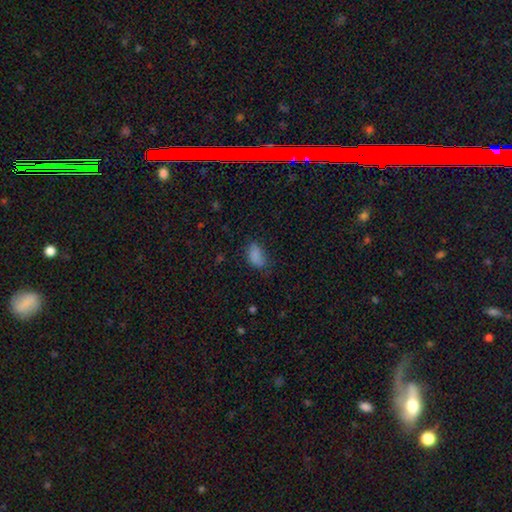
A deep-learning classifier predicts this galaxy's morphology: Q: Smooth or featured?
A: smooth (84%); runner-up: star or artifact (10%)
Q: How rounded?
A: in between (91%); runner-up: round (7%)
Q: Merging?
A: none (60%); runner-up: minor disturbance (29%)